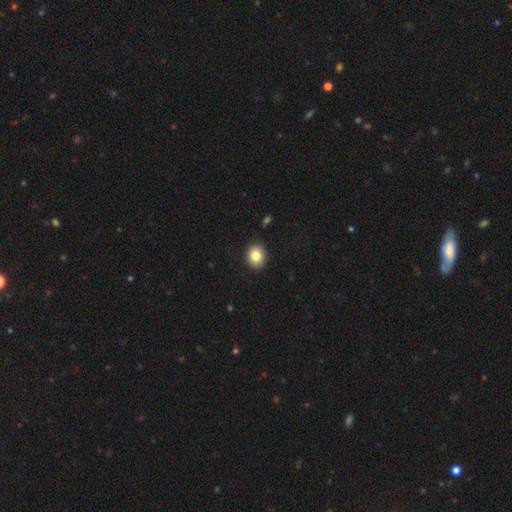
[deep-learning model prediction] A smooth galaxy with no disk features (83%) that is round (57%).

Vote fractions:
- Smooth or featured? smooth: 83% / star or artifact: 9% / featured or disk: 8%
- How rounded? round: 57% / in between: 42% / cigar-shaped: 1%
- Merging? none: 89% / minor disturbance: 8% / major disturbance: 2% / merger: 1%